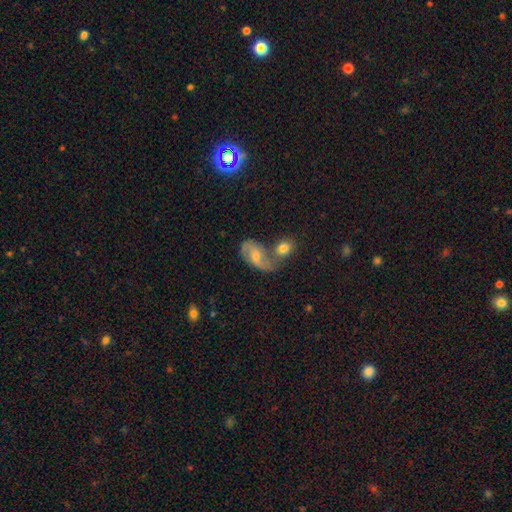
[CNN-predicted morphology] featured or disk 64%, smooth 28%, star or artifact 8%. Down the decision tree: edge-on disk — no (96%); bar — no (46%); spiral arms — yes (87%); spiral arm count — 2 (84%); spiral winding — medium (48%); bulge size — small (48%); merging — merger (48%).